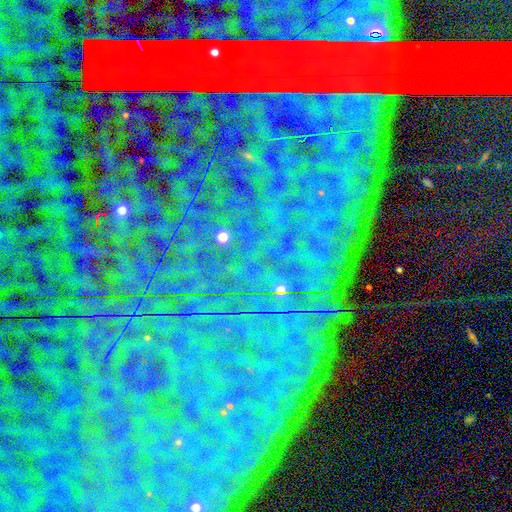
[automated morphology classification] This is clearly a star or artifact rather than a galaxy (87%).